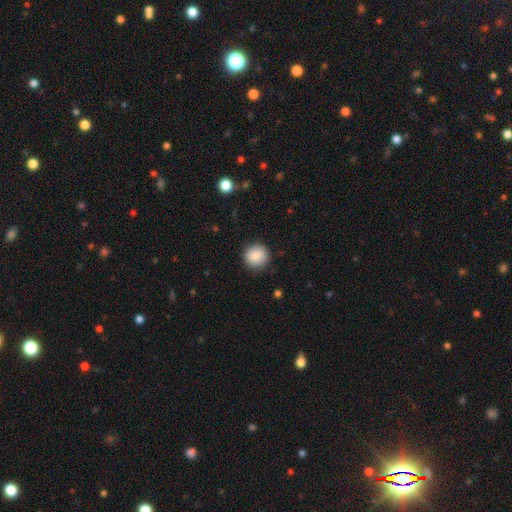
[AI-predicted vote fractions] Smooth or featured: smooth — 85% (star or artifact — 8%)
How rounded: round — 94% (in between — 5%)
Merging: none — 89% (minor disturbance — 8%)